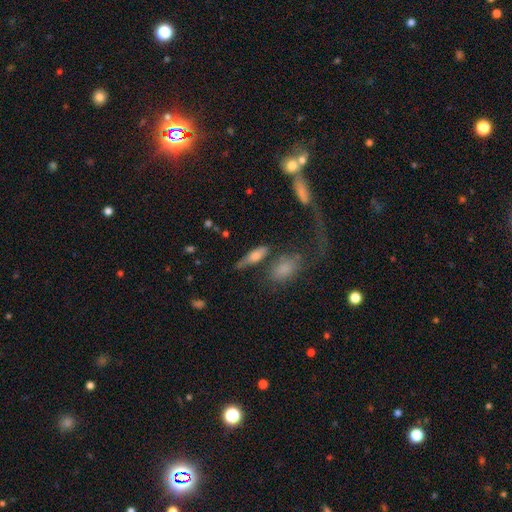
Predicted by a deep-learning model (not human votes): Smooth or featured: smooth — 61% (featured or disk — 30%)
How rounded: in between — 53% (cigar-shaped — 43%)
Merging: none — 63% (minor disturbance — 18%)